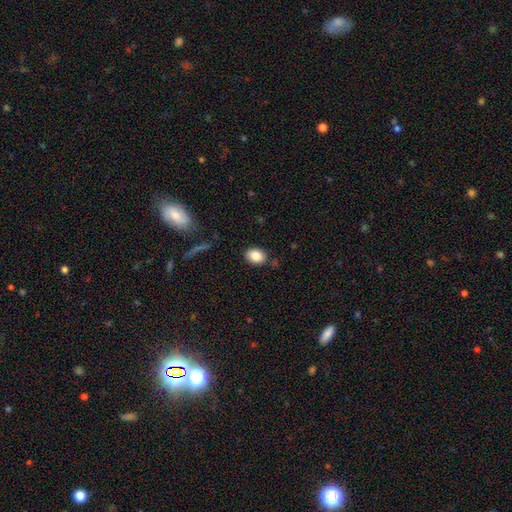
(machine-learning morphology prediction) This appears to be a smooth galaxy with no disk features (86%) that is in between round and cigar-shaped (74%). Merging: none (84%).